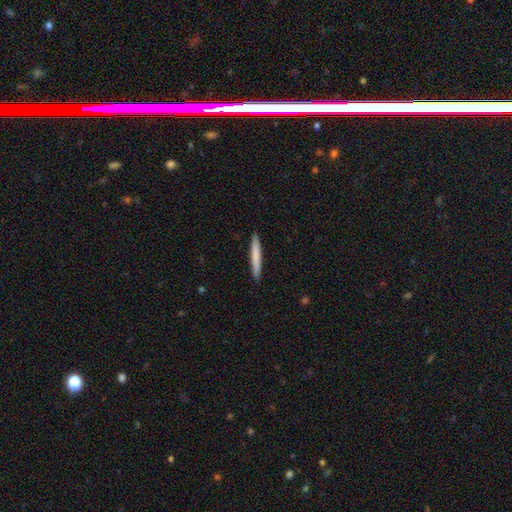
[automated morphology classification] This appears to be a smooth galaxy with no disk features (73%) that is cigar-shaped (96%). Merging: none (92%).